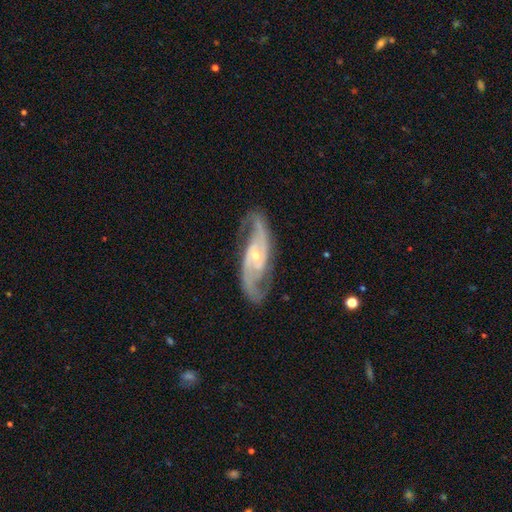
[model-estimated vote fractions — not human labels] Smooth or featured: featured or disk — 92% (star or artifact — 5%)
Edge-on disk: no — 95% (yes — 5%)
Bar: no — 45% (weak — 36%)
Spiral arms: yes — 98% (no — 2%)
Spiral winding: medium — 54% (loose — 24%)
Spiral arm count: 2 — 91% (can't tell — 3%)
Bulge size: small — 66% (moderate — 31%)
Merging: none — 80% (minor disturbance — 13%)